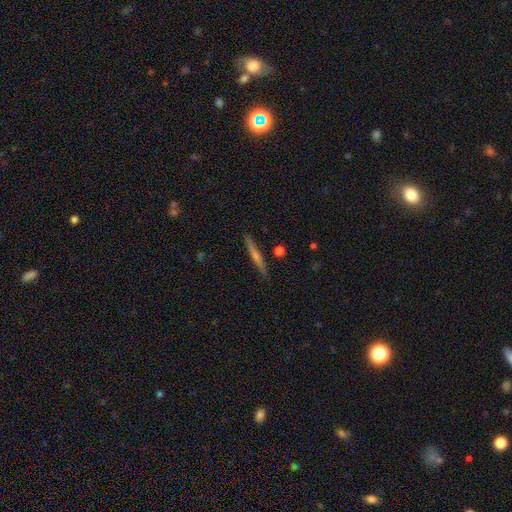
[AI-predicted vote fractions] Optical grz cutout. It shows a featured or disk galaxy (57%) viewed edge-on (97%) with a rounded central bulge (63%). Merging: none (90%).